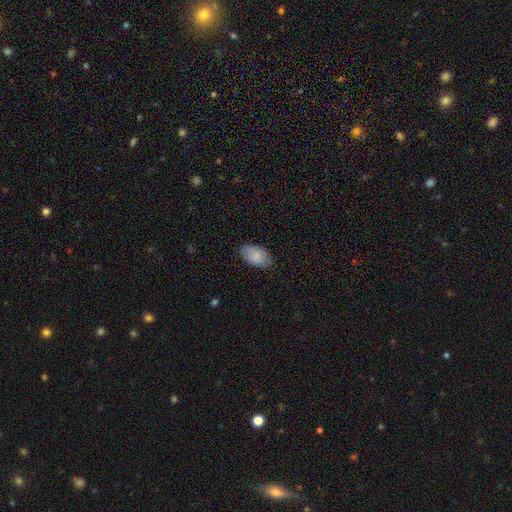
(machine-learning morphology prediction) smooth-or-featured: smooth: 83% | featured or disk: 11% | star or artifact: 6%
  how-rounded: in between: 94% | round: 4% | cigar-shaped: 2%
  merging: none: 79% | minor disturbance: 17% | major disturbance: 3% | merger: 1%